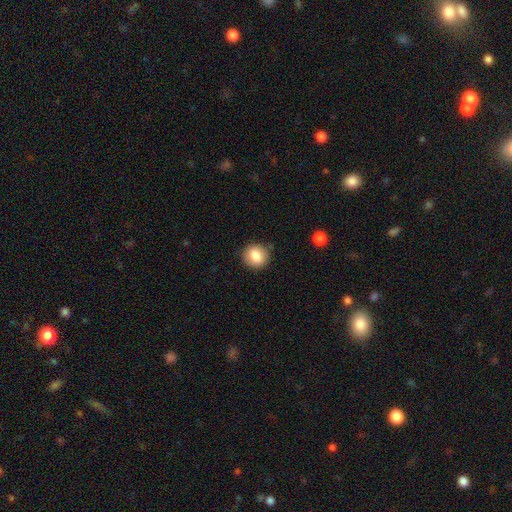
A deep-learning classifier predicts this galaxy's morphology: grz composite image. It shows a smooth galaxy with no disk features (82%) that is round (82%). Merging: none (86%).